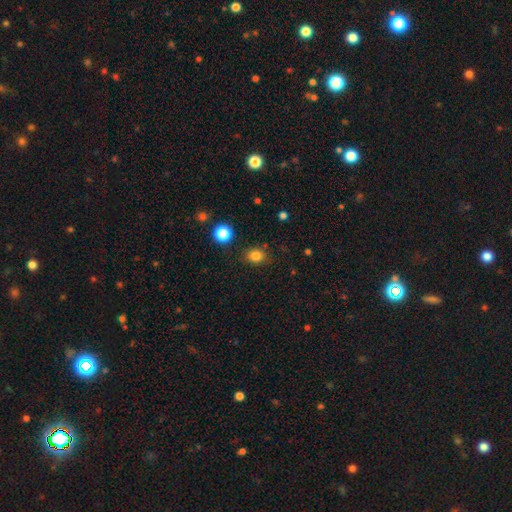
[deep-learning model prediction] This appears to be a smooth galaxy with no disk features (82%) that is round (59%). Merging: none (84%).